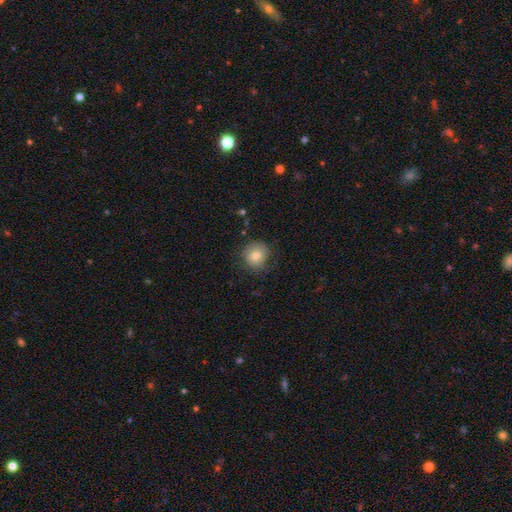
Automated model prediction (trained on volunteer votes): Smooth or featured? smooth (79%)
How rounded? round (88%)
Merging? none (76%)